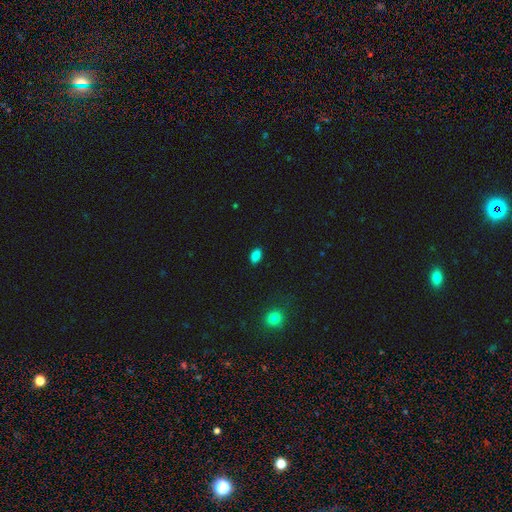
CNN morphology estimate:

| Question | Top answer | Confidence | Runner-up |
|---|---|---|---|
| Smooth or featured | smooth | 85% | star or artifact (11%) |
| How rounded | in between | 91% | round (7%) |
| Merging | none | 87% | minor disturbance (10%) |